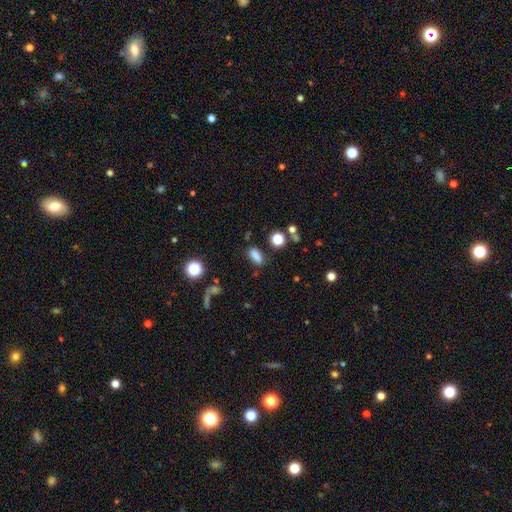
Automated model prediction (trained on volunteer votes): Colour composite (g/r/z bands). It shows a smooth galaxy with no disk features (82%) that is in between round and cigar-shaped (82%). Merging: none (79%).